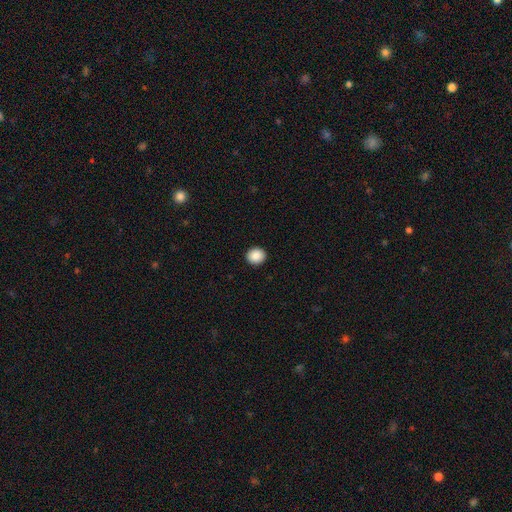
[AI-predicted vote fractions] Q: Smooth or featured?
A: smooth (89%); runner-up: star or artifact (8%)
Q: How rounded?
A: round (83%); runner-up: in between (16%)
Q: Merging?
A: none (93%); runner-up: minor disturbance (5%)